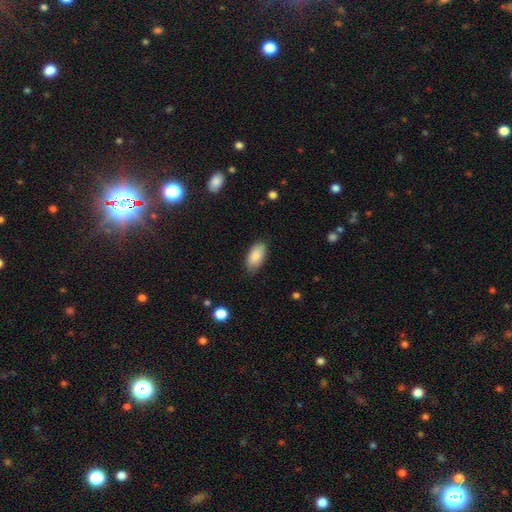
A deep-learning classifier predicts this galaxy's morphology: Smooth or featured: smooth — 88% (star or artifact — 6%)
How rounded: in between — 93% (cigar-shaped — 4%)
Merging: none — 79% (minor disturbance — 17%)